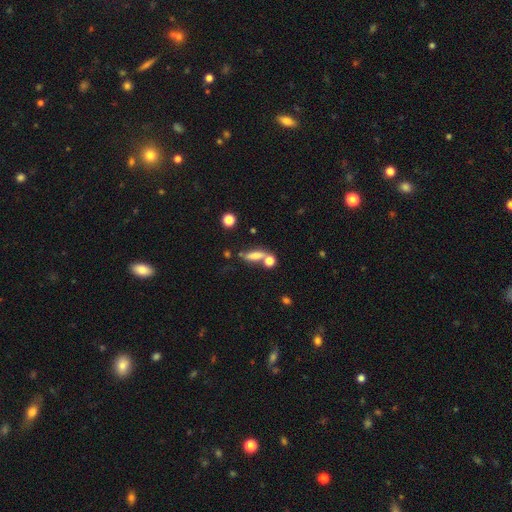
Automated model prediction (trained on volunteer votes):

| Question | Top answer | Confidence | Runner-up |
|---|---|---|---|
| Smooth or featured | smooth | 63% | featured or disk (25%) |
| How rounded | cigar-shaped | 52% | in between (39%) |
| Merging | none | 52% | merger (27%) |